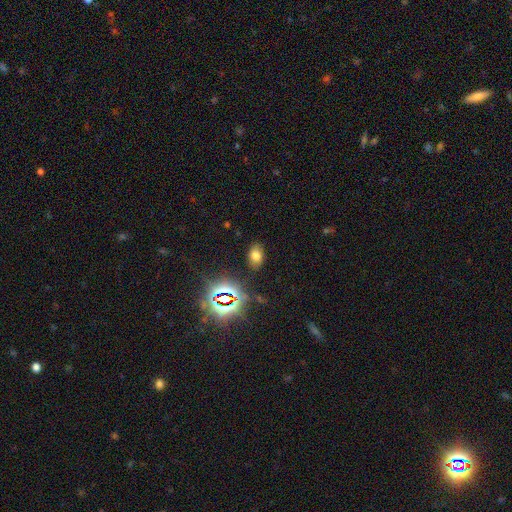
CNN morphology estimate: The model was most divided on "smooth or featured": smooth: 64%, star or artifact: 25%, featured or disk: 11%. More confident: how rounded — in between (85%); merging — none (83%).